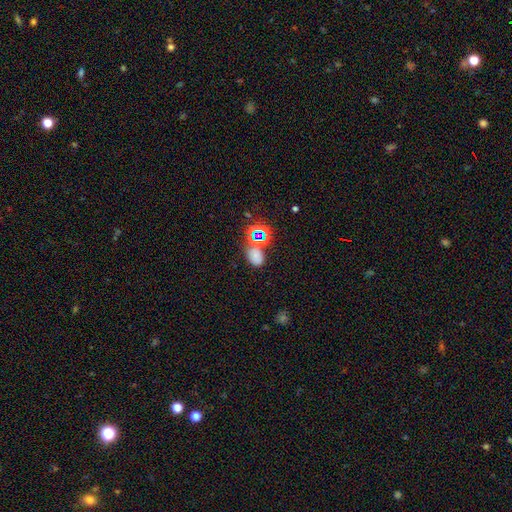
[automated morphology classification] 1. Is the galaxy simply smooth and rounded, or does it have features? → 57% smooth, 34% star or artifact, 9% featured or disk.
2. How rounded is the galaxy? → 72% in between, 26% round, 1% cigar-shaped.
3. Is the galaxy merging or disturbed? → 54% none, 23% merger, 15% minor disturbance, 8% major disturbance.